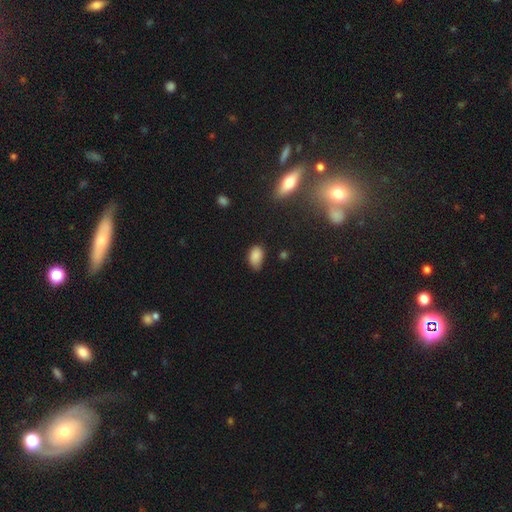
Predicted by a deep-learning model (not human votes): Smooth or featured? Predicted: smooth (p=0.85). How rounded? Predicted: in between (p=0.91). Merging? Predicted: none (p=0.53).